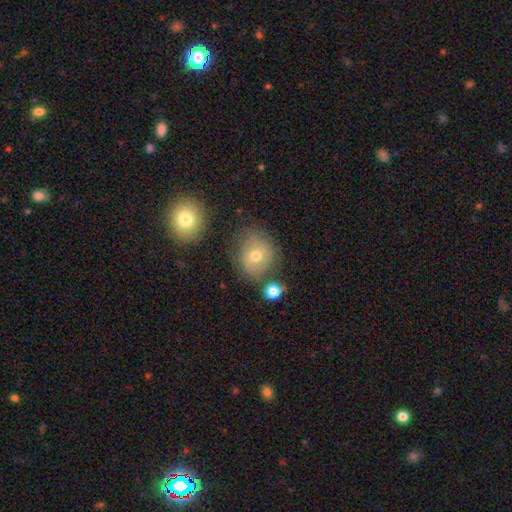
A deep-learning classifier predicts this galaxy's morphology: type=smooth (55%); roundness=round (72%); merging=none (64%).